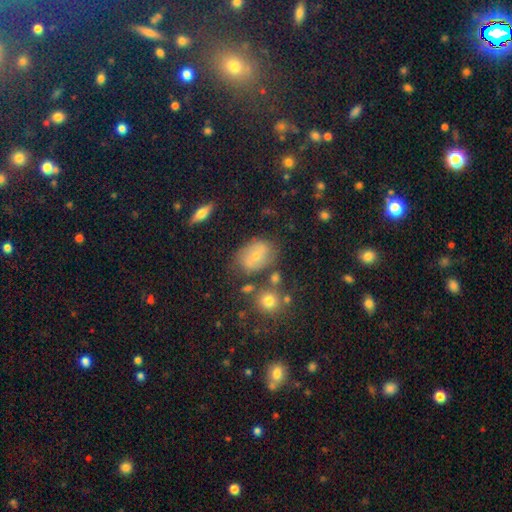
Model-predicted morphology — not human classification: smooth-or-featured: smooth: 51% | featured or disk: 36% | star or artifact: 13%
  how-rounded: in between: 67% | round: 31% | cigar-shaped: 1%
  merging: none: 64% | minor disturbance: 20% | merger: 8% | major disturbance: 8%